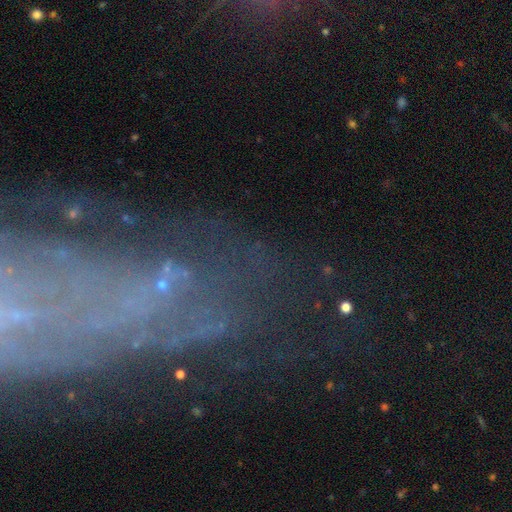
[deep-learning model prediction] A featured or disk galaxy (54%).

Vote fractions:
- Smooth or featured? featured or disk: 54% / star or artifact: 28% / smooth: 18%
- Edge-on disk? no: 85% / yes: 15%
- Merging? none: 56% / major disturbance: 20% / minor disturbance: 17% / merger: 7%